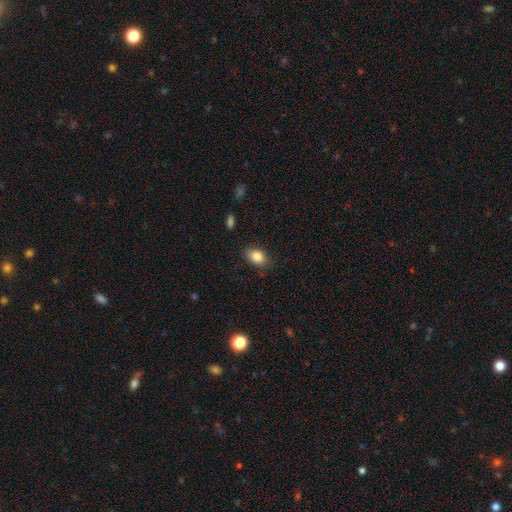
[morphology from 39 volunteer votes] Q: Smooth or featured?
A: smooth (77%); runner-up: featured or disk (15%)
Q: How rounded?
A: in between (87%); runner-up: round (13%)
Q: Merging?
A: none (94%); runner-up: minor disturbance (6%)